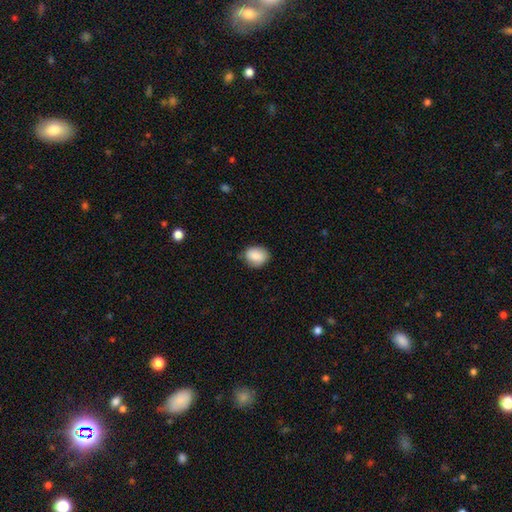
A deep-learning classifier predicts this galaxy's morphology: Smooth or featured: smooth — 87% (star or artifact — 7%)
How rounded: in between — 51% (round — 49%)
Merging: none — 78% (minor disturbance — 18%)